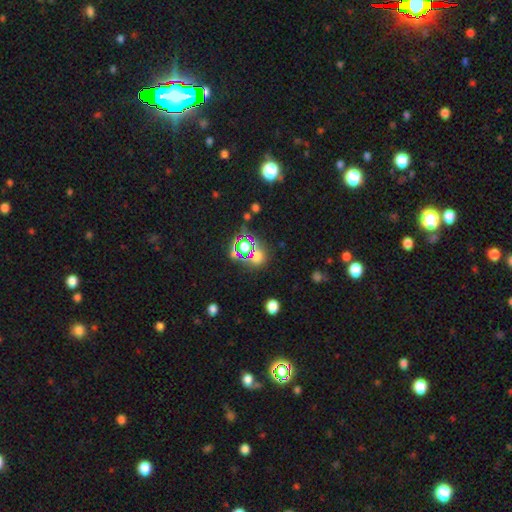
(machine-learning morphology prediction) This appears to be a star or artifact, not a galaxy (47%).